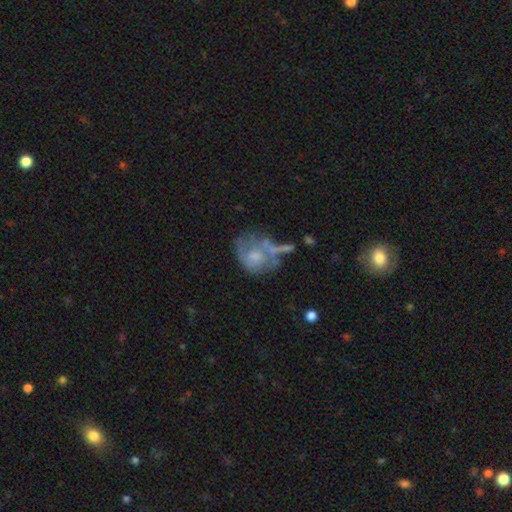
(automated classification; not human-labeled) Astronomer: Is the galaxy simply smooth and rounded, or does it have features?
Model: featured or disk — 50% (runner-up: smooth, 40%).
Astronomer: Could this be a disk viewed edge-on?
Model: no — 97%.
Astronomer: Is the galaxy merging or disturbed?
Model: none — 29%, tied with major disturbance at 29%.